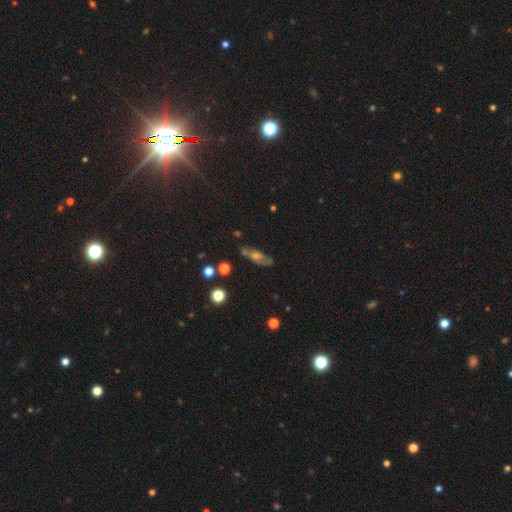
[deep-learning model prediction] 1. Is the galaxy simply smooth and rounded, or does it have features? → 45% featured or disk, 34% smooth, 21% star or artifact.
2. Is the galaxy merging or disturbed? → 66% none, 21% minor disturbance, 8% major disturbance, 5% merger.